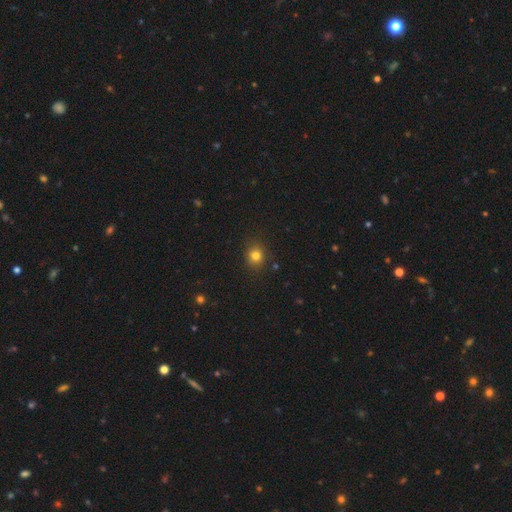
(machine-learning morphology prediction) type=smooth (79%); roundness=round (78%); merging=none (86%).